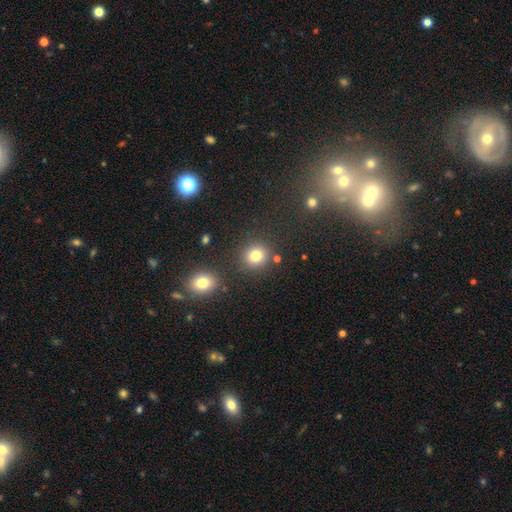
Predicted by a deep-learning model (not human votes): Morphology: type=smooth (79%); roundness=round (89%); merging=none (83%).